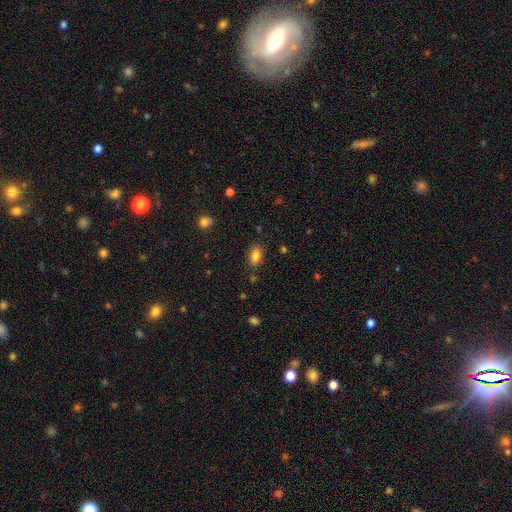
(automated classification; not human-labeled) This is clearly a smooth galaxy (84%). How rounded: clearly in between (88%). Merging: clearly none (83%).